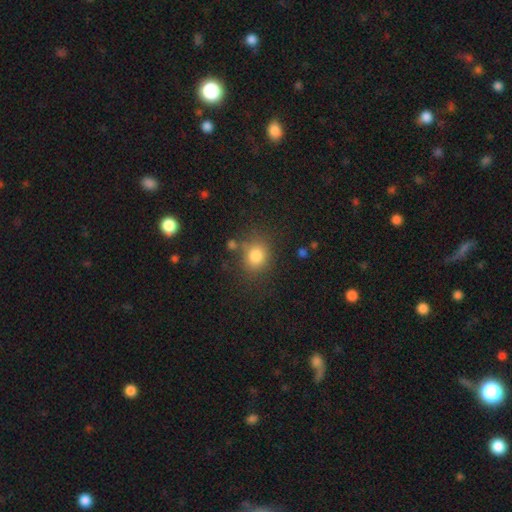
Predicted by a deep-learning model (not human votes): Smooth or featured? smooth (81%)
How rounded? round (71%)
Merging? none (74%)